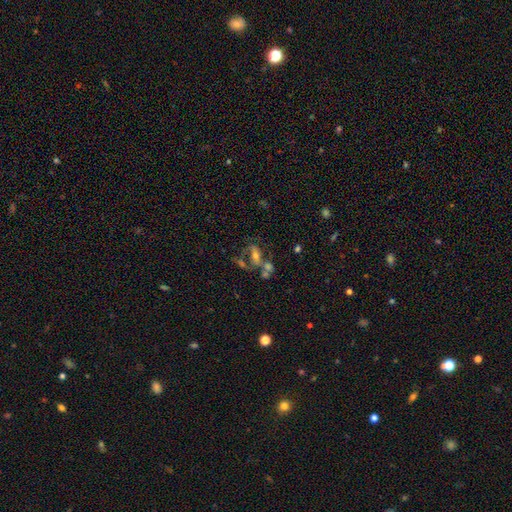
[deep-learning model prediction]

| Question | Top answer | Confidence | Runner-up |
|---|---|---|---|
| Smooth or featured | featured or disk | 55% | smooth (30%) |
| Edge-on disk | no | 93% | yes (7%) |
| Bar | no | 61% | weak (24%) |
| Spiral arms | no | 51% | yes (49%) |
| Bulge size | moderate | 56% | small (25%) |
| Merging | merger | 41% | none (29%) |